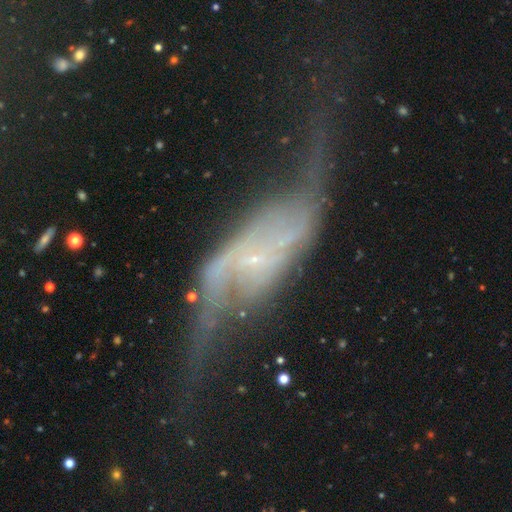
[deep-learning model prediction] A featured or disk galaxy (83%) with no bar (47%), 2 (90%) loose (82%) spiral arms (86%) and a small central bulge (76%). Merging: none (44%).